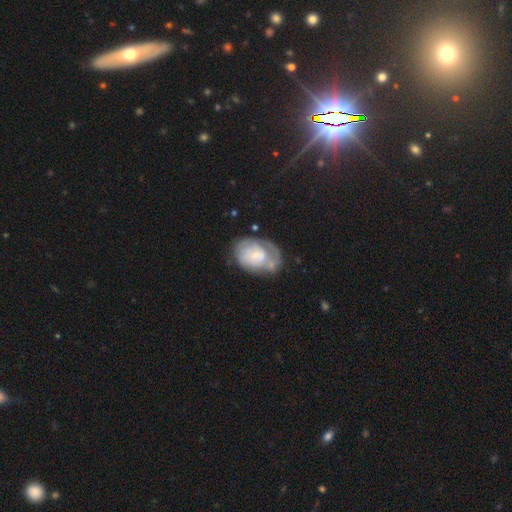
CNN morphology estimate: smooth-or-featured: featured or disk: 55% | smooth: 38% | star or artifact: 7%
  disk-edge-on: no: 97% | yes: 3%
    bar: no: 74% | weak: 22% | strong: 4%
    has-spiral-arms: yes: 62% | no: 38%
    bulge-size: small: 45% | moderate: 25% | none: 19% | large: 9% | dominant: 2%
  merging: none: 42% | minor disturbance: 29% | major disturbance: 20% | merger: 9%